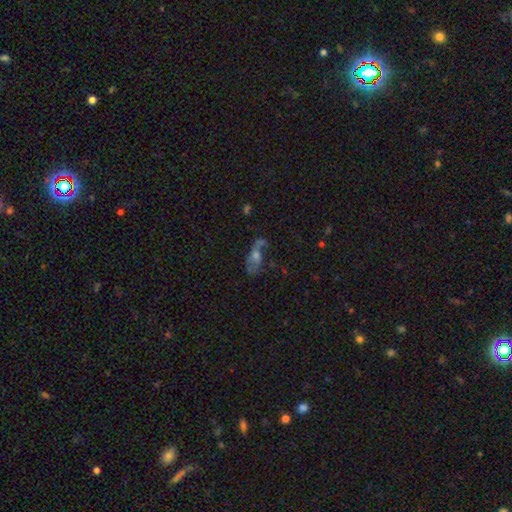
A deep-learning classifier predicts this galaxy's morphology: This appears to be a featured or disk galaxy (42%). Merging: none (32%).